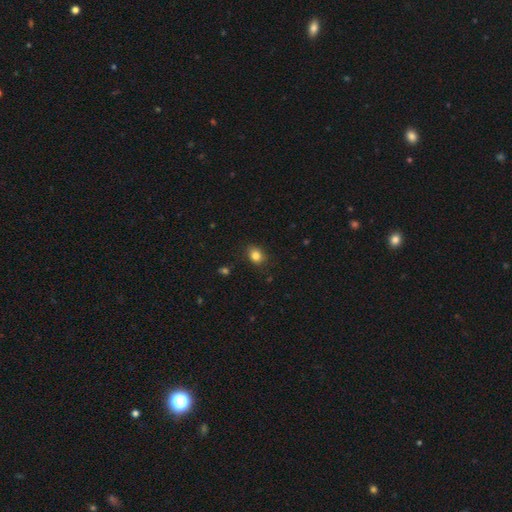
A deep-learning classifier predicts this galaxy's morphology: Q: Smooth or featured?
A: smooth (83%); runner-up: star or artifact (11%)
Q: How rounded?
A: in between (50%); runner-up: round (49%)
Q: Merging?
A: none (83%); runner-up: minor disturbance (13%)